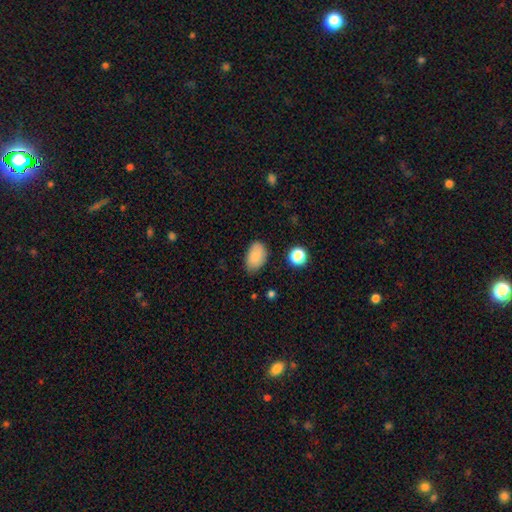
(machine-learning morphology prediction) The model was most divided on "merging": none: 76%, minor disturbance: 19%, major disturbance: 4%, merger: 2%. More confident: how rounded — in between (90%); smooth or featured — smooth (85%).